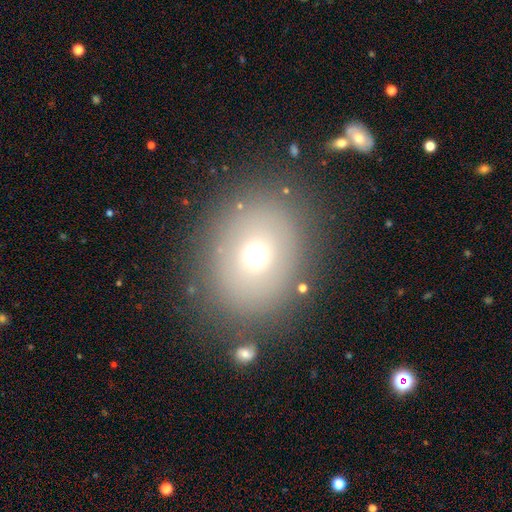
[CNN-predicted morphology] Smooth or featured?
  - smooth: 66% *
  - featured or disk: 18%
  - star or artifact: 17%
How rounded?
  - round: 55% *
  - in between: 44%
  - cigar-shaped: 1%
Merging?
  - none: 83% *
  - minor disturbance: 9%
  - major disturbance: 5%
  - merger: 3%